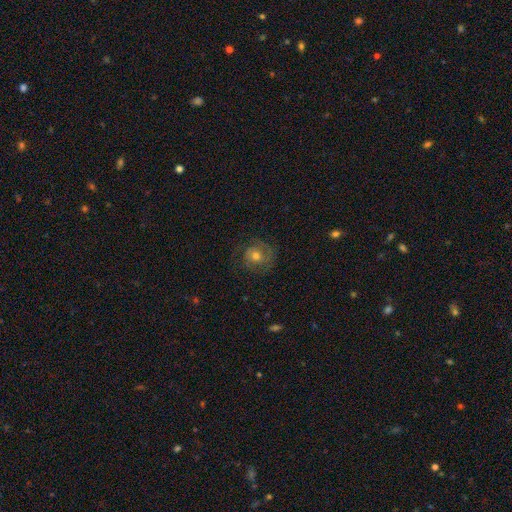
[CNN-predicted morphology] The model was most divided on "smooth or featured": featured or disk: 56%, smooth: 35%, star or artifact: 9%. More confident: edge-on disk — no (97%); spiral arms — yes (82%); bar — no (73%); merging — none (73%); bulge size — moderate (71%).